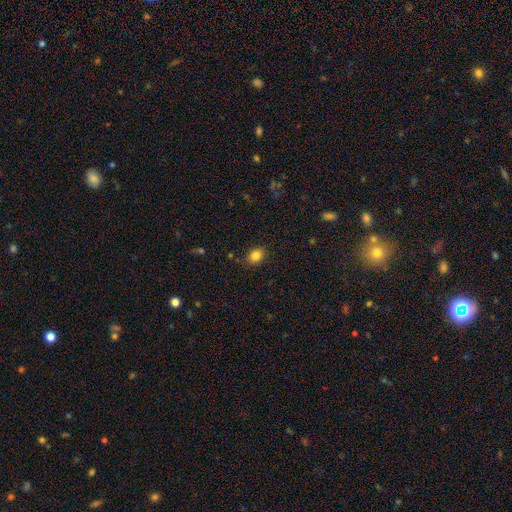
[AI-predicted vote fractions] This is clearly a smooth galaxy (84%). How rounded: possibly in between (58%). Merging: clearly none (85%).